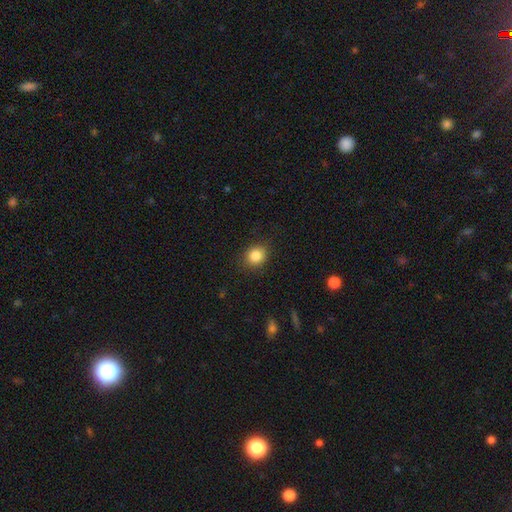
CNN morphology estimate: type=smooth (85%); roundness=round (76%); merging=none (87%).